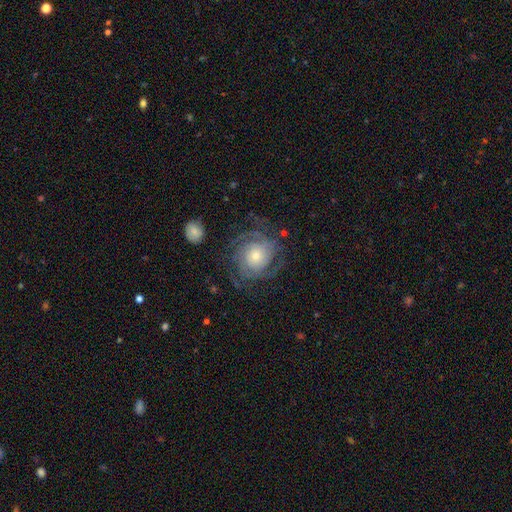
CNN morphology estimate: The model was most divided on "bulge size": moderate: 46%, small: 42%, large: 9%, dominant: 2%, none: 2%. Remaining: edge-on disk — no (97%); spiral arms — yes (95%); smooth or featured — featured or disk (82%); bar — no (77%); merging — none (71%); spiral winding — tight (62%); spiral arm count — can't tell (30%).